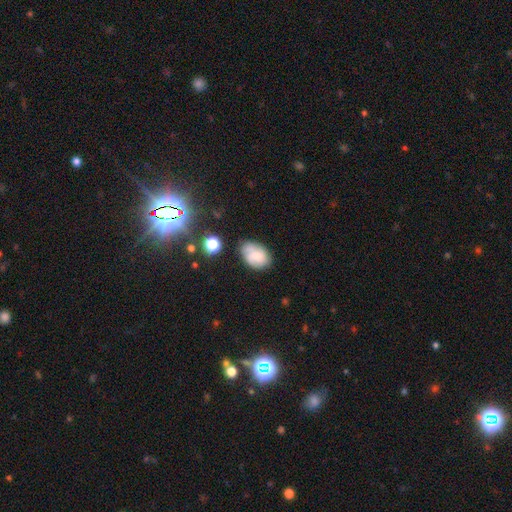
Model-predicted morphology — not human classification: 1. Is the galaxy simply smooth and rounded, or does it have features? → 54% smooth, 36% featured or disk, 10% star or artifact.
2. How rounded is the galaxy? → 79% in between, 19% round, 1% cigar-shaped.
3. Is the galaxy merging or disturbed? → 55% none, 30% minor disturbance, 9% major disturbance, 6% merger.